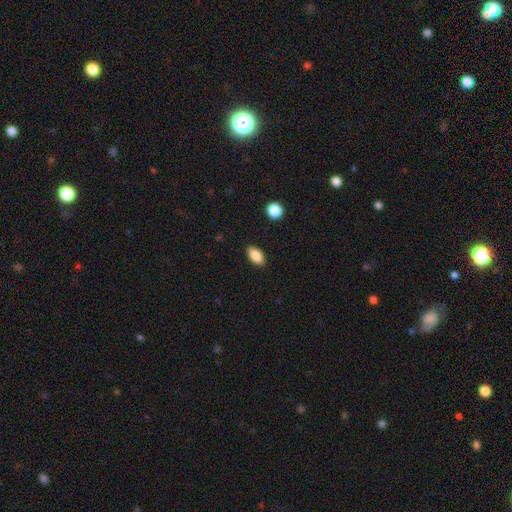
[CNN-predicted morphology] Overall: smooth (87%). How rounded: in between (91%). Merging: none (89%).